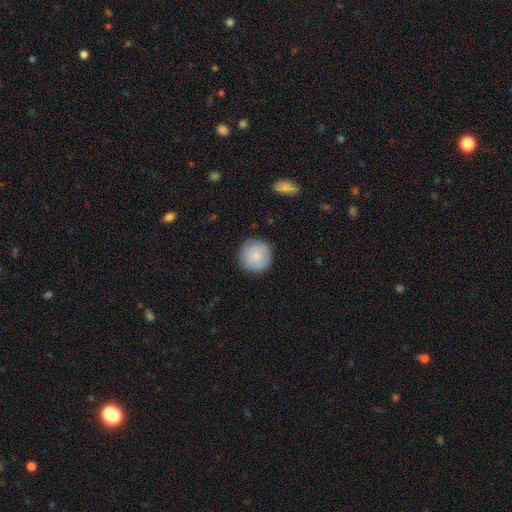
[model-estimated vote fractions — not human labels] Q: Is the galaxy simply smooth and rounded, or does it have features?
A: smooth — 85%.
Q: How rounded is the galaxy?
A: round — 96%.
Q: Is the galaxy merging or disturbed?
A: none — 89%.